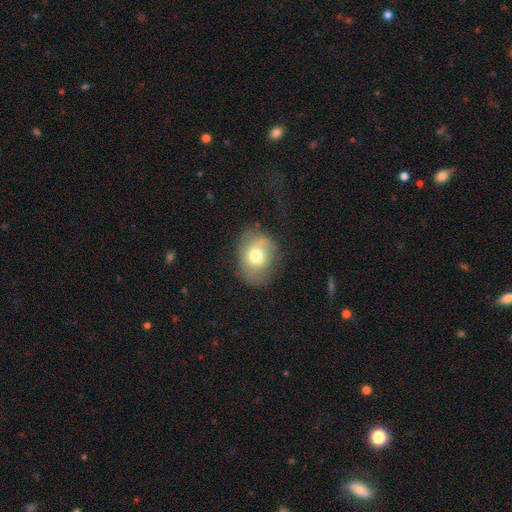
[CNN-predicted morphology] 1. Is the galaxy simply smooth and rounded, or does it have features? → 62% smooth, 28% featured or disk, 10% star or artifact.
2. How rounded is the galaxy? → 60% in between, 39% round, 1% cigar-shaped.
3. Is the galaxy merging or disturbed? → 47% none, 30% minor disturbance, 19% major disturbance, 5% merger.